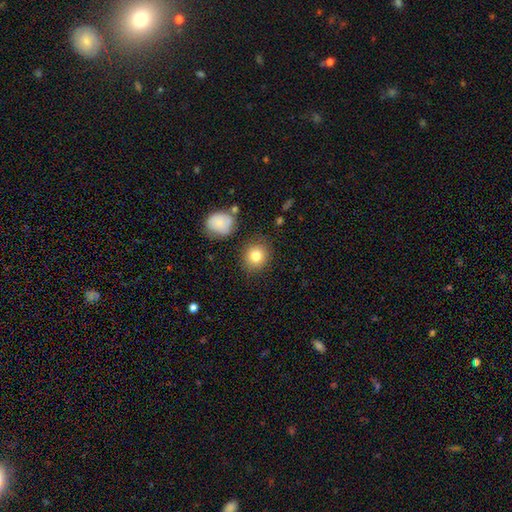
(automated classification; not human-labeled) Morphology: type=smooth (81%); roundness=round (80%); merging=none (83%).